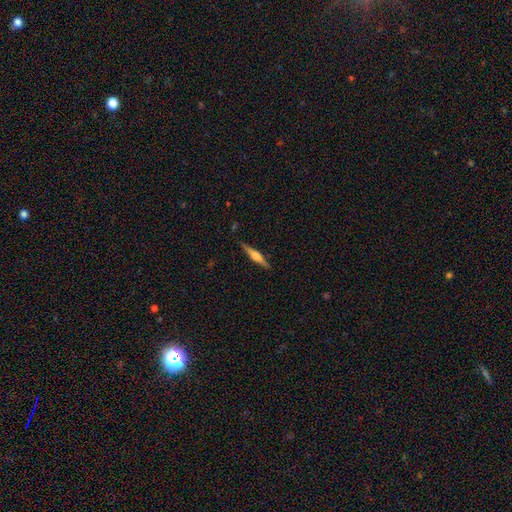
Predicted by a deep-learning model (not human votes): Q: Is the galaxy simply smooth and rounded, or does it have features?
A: featured or disk — 68%.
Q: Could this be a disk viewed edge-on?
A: yes — 98%.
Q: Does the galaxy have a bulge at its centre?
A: rounded — 77%.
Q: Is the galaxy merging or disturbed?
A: none — 89%.